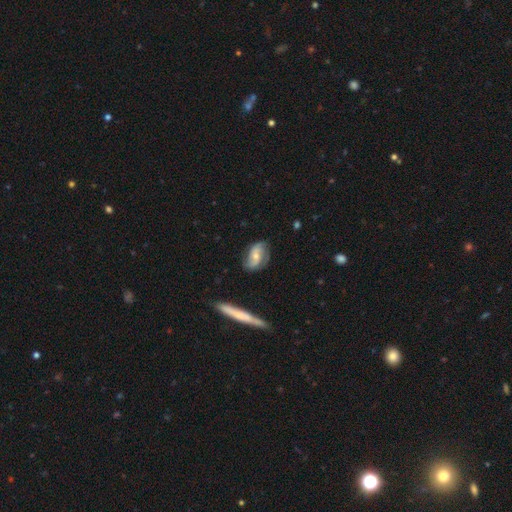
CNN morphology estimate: type=featured or disk (73%); edge-on=no (95%); bar=no (55%); spiral arms=yes (93%); winding=medium (42%); arm count=2 (72%); bulge=moderate (48%); merging=none (70%).